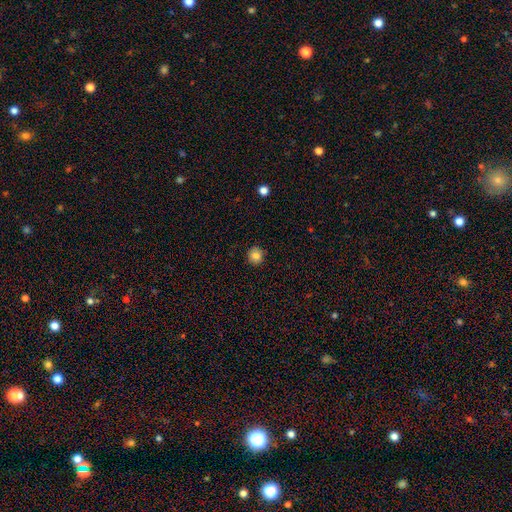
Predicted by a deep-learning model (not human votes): A smooth galaxy with no disk features (83%) that is round (91%).

Vote fractions:
- Smooth or featured? smooth: 83% / star or artifact: 10% / featured or disk: 7%
- How rounded? round: 91% / in between: 8% / cigar-shaped: 1%
- Merging? none: 89% / minor disturbance: 8% / major disturbance: 2% / merger: 1%